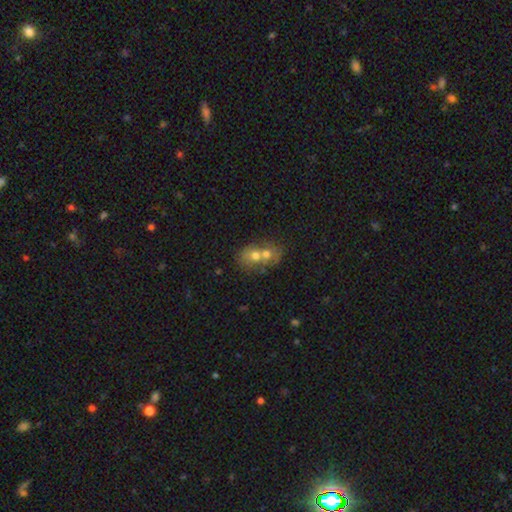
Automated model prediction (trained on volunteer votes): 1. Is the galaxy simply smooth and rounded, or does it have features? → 60% smooth, 28% featured or disk, 12% star or artifact.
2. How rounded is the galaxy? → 53% round, 45% in between, 1% cigar-shaped.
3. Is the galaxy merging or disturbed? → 69% merger, 21% none, 7% minor disturbance, 4% major disturbance.